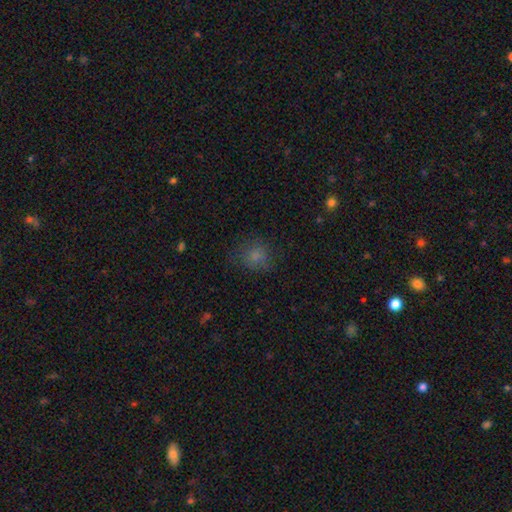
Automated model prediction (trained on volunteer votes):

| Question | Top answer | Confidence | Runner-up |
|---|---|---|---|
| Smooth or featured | smooth | 78% | star or artifact (14%) |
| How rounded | round | 81% | in between (18%) |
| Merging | none | 72% | minor disturbance (18%) |